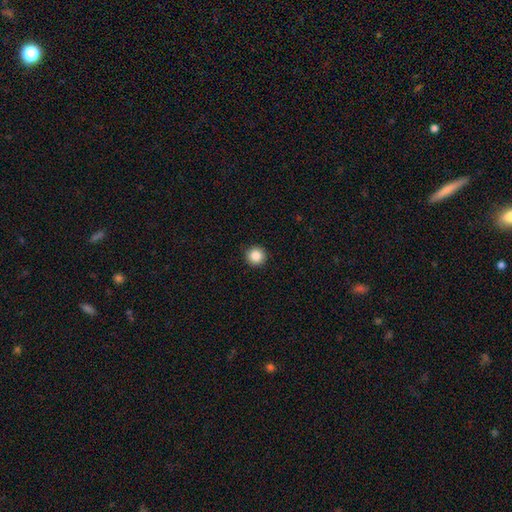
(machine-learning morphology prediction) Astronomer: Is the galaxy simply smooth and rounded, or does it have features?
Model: smooth — 87%.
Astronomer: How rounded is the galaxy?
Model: round — 96%.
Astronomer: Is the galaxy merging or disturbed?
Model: none — 93%.